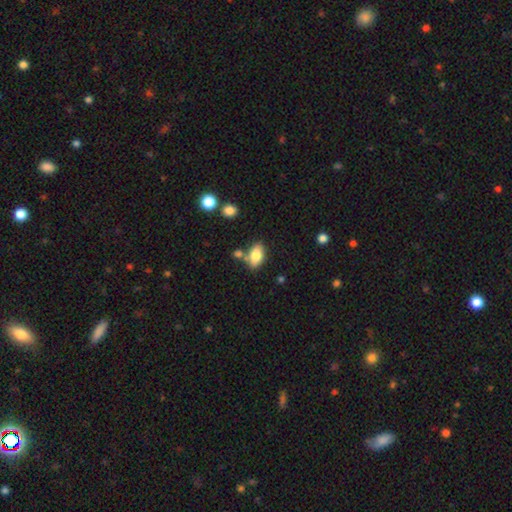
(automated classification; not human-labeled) smooth-or-featured: smooth: 80% | featured or disk: 12% | star or artifact: 8%
  how-rounded: in between: 90% | round: 6% | cigar-shaped: 3%
  merging: none: 68% | minor disturbance: 14% | merger: 14% | major disturbance: 4%